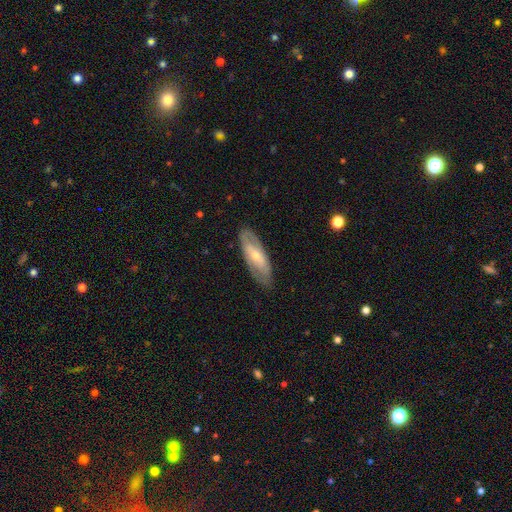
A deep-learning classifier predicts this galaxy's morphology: Q: Smooth or featured?
A: featured or disk (62%); runner-up: smooth (32%)
Q: Edge-on disk?
A: no (80%); runner-up: yes (20%)
Q: Merging?
A: none (81%); runner-up: minor disturbance (14%)